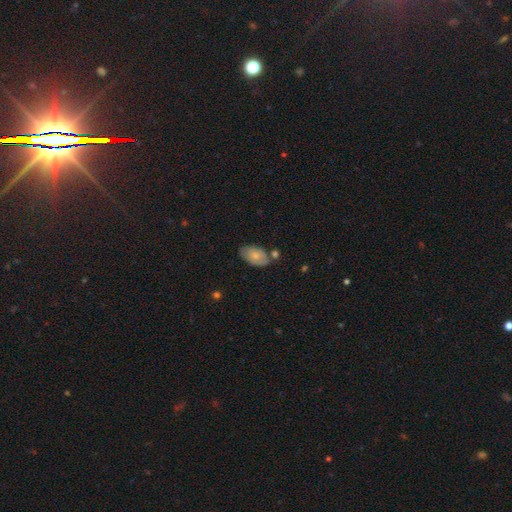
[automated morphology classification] This appears to be a smooth galaxy with no disk features (73%) that is in between round and cigar-shaped (92%). Merging: none (66%).